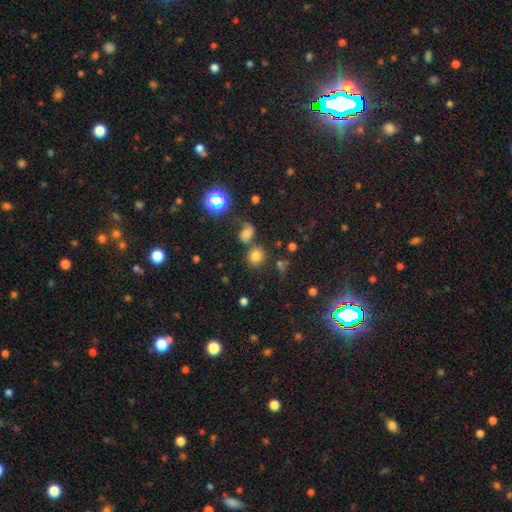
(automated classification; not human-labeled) smooth 74%, star or artifact 19%, featured or disk 8%. Down the decision tree: how rounded — round (82%); merging — none (67%).